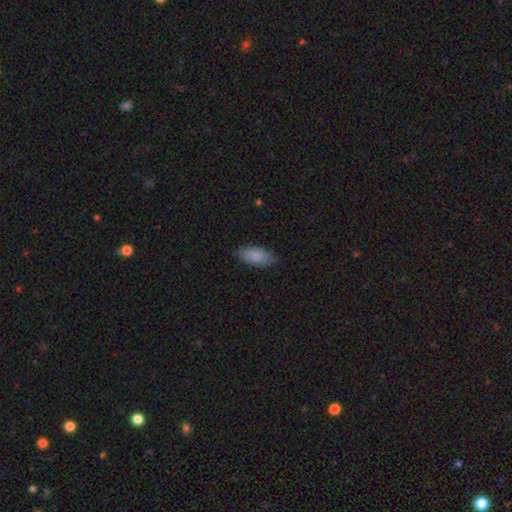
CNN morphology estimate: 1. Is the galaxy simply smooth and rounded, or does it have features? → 87% smooth, 7% featured or disk, 6% star or artifact.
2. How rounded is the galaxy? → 89% in between, 9% cigar-shaped, 2% round.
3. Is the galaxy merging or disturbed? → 86% none, 11% minor disturbance, 2% major disturbance, 1% merger.